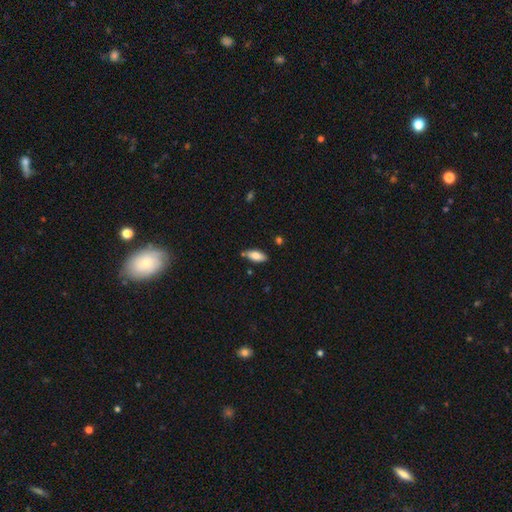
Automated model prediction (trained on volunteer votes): smooth-or-featured: smooth: 80% | featured or disk: 13% | star or artifact: 7%
  how-rounded: in between: 84% | cigar-shaped: 14% | round: 2%
  merging: none: 76% | minor disturbance: 16% | merger: 6% | major disturbance: 3%